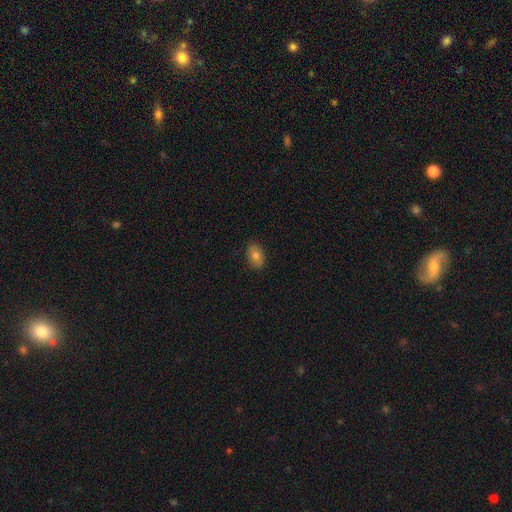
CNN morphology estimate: A smooth galaxy with no disk features (80%) that is in between round and cigar-shaped (84%). Merging: none (87%).